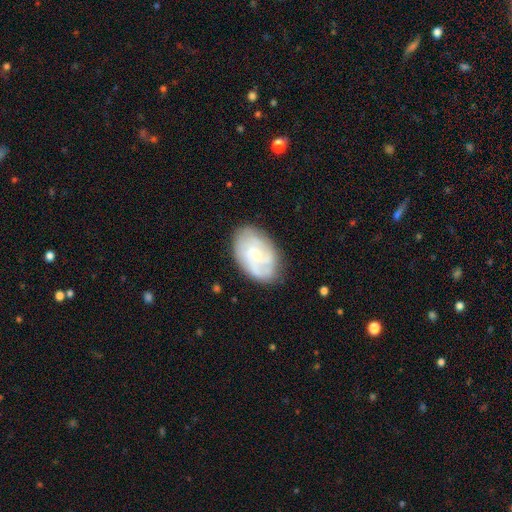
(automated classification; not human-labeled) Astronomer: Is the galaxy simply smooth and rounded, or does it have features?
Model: featured or disk — 70%.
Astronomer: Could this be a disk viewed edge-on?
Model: no — 97%.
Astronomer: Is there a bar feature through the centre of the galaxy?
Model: no — 65%.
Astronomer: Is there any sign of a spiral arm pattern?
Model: yes — 87%.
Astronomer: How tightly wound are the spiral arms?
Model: tight — 53% (runner-up: medium, 35%).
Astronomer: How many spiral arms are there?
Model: can't tell — 39% (runner-up: 2, 29%).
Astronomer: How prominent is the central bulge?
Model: small — 66%.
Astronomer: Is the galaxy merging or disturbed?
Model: none — 77%.